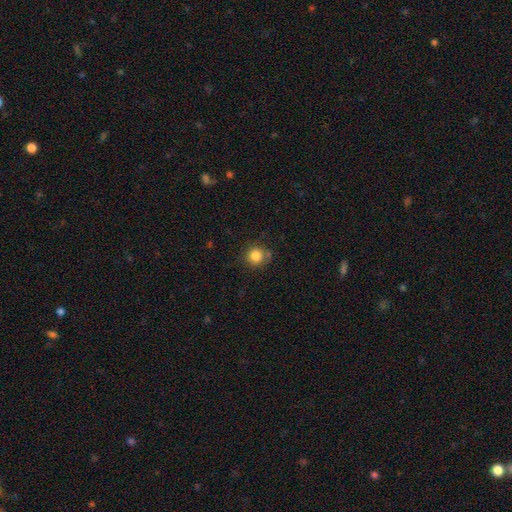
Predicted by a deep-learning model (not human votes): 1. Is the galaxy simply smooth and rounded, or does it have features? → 84% smooth, 11% star or artifact, 5% featured or disk.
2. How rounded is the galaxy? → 92% round, 7% in between, 1% cigar-shaped.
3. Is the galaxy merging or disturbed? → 77% none, 14% minor disturbance, 5% merger, 4% major disturbance.